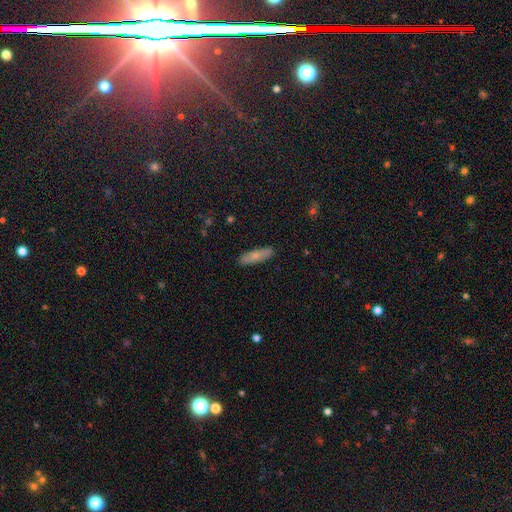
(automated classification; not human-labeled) A smooth galaxy with no disk features (73%) that is cigar-shaped (65%).

Vote fractions:
- Smooth or featured? smooth: 73% / featured or disk: 20% / star or artifact: 7%
- How rounded? cigar-shaped: 65% / in between: 33% / round: 2%
- Merging? none: 88% / minor disturbance: 9% / major disturbance: 2% / merger: 1%